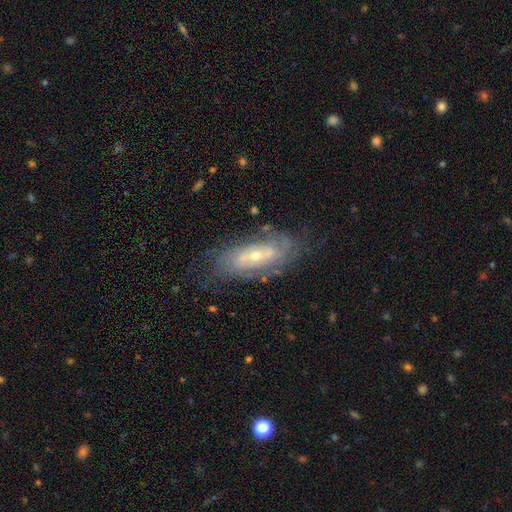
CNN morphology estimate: The model was most divided on "spiral arm count": can't tell: 44%, 2: 34%, 3: 9%, 4: 5%, 1: 4%, more than 4: 3%. More confident: edge-on disk — no (89%); spiral arms — yes (86%); smooth or featured — featured or disk (79%); merging — none (73%); spiral winding — tight (61%); bulge size — small (57%); bar — no (54%).